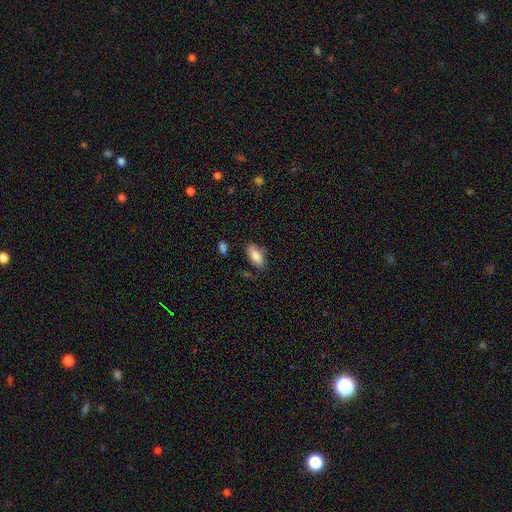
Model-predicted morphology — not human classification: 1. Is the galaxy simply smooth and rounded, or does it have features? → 85% smooth, 8% featured or disk, 7% star or artifact.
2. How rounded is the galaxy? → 87% in between, 11% cigar-shaped, 2% round.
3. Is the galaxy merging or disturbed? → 77% none, 17% minor disturbance, 4% major disturbance, 3% merger.